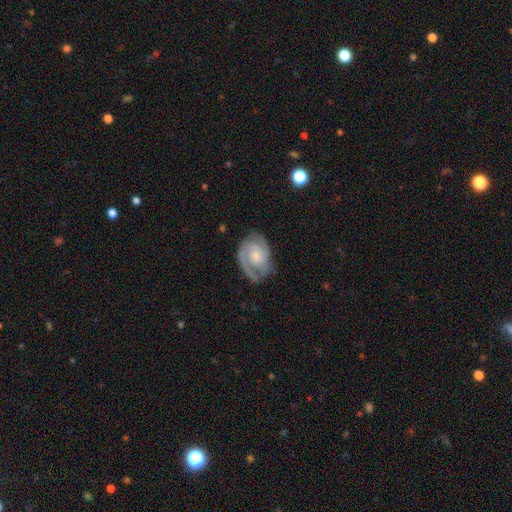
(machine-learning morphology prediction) smooth_or_featured: featured or disk (p=0.82) [alt: smooth p=0.13]
disk_edge_on: no (p=0.97) [alt: yes p=0.03]
bar: no (p=0.66) [alt: weak p=0.29]
has_spiral_arms: yes (p=0.95) [alt: no p=0.05]
spiral_winding: tight (p=0.51) [alt: medium p=0.39]
spiral_arm_count: 2 (p=0.69) [alt: can't tell p=0.11]
bulge_size: small (p=0.44) [alt: moderate p=0.43]
merging: none (p=0.70) [alt: minor disturbance p=0.20]